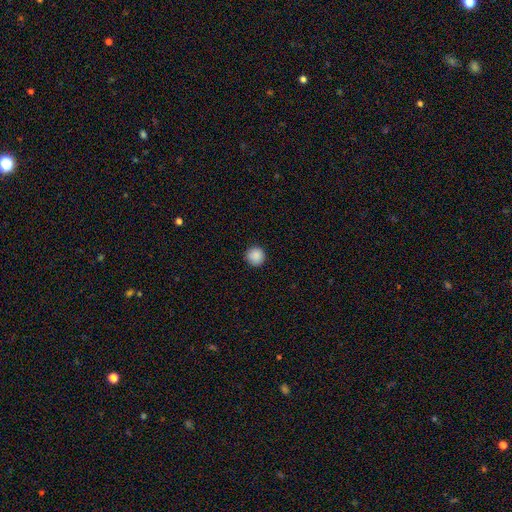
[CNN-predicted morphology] Smooth or featured: smooth — 89% (star or artifact — 9%)
How rounded: round — 96% (in between — 3%)
Merging: none — 93% (minor disturbance — 5%)